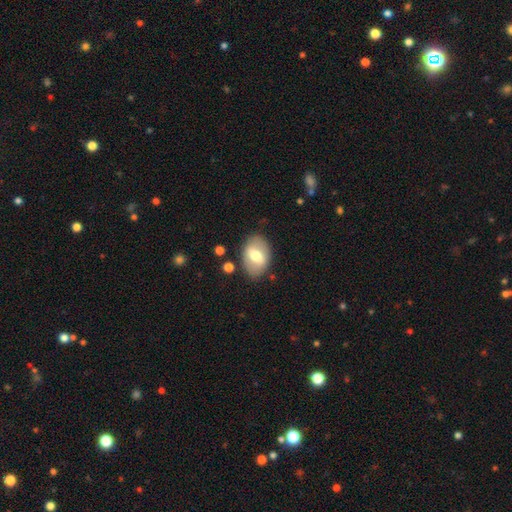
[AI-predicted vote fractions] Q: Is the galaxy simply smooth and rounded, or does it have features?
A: smooth — 56%.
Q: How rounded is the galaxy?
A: in between — 82%.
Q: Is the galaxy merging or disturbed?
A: none — 81%.